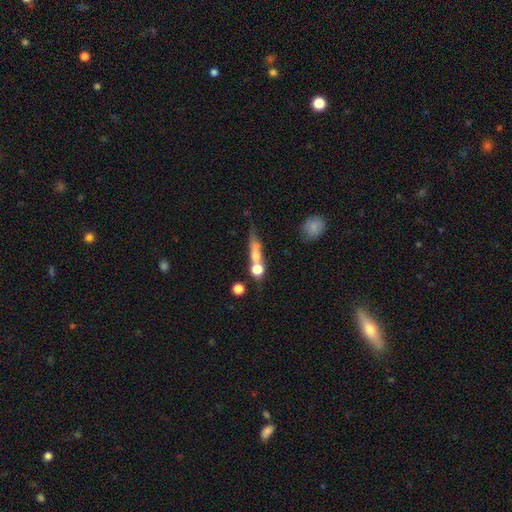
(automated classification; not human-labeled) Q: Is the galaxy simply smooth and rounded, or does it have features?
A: smooth — 49%.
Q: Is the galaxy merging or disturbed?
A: none — 47%.